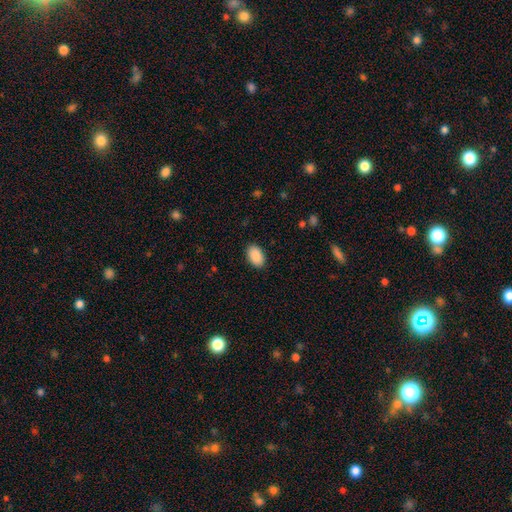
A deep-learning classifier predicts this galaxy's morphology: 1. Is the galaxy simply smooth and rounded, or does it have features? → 90% smooth, 7% star or artifact, 3% featured or disk.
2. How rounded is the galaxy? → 92% in between, 7% round, 1% cigar-shaped.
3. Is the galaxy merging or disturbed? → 88% none, 8% minor disturbance, 2% major disturbance, 1% merger.